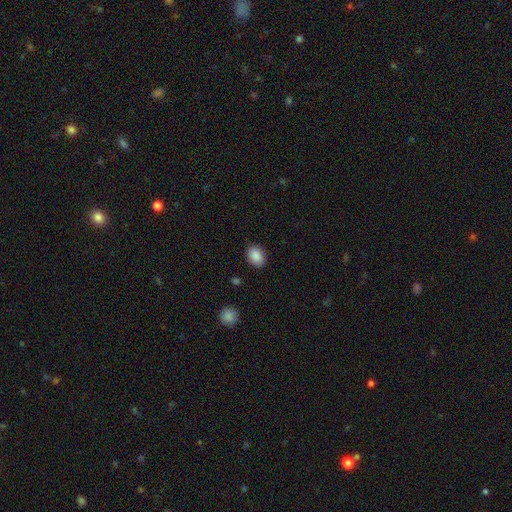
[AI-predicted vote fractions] Smooth or featured? smooth (89%)
How rounded? in between (71%)
Merging? none (87%)